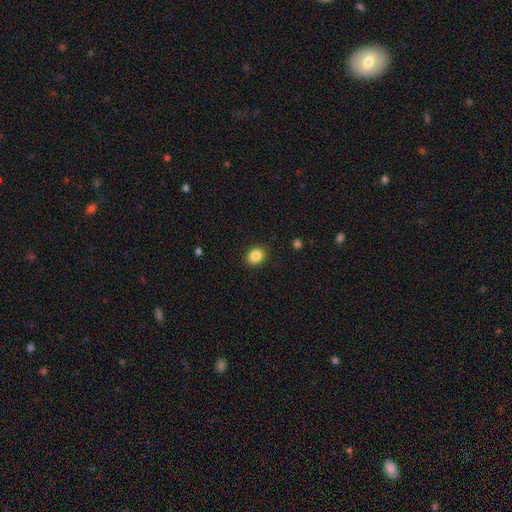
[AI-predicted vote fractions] This is clearly a smooth galaxy (86%). How rounded: possibly in between (50%). Merging: clearly none (89%).